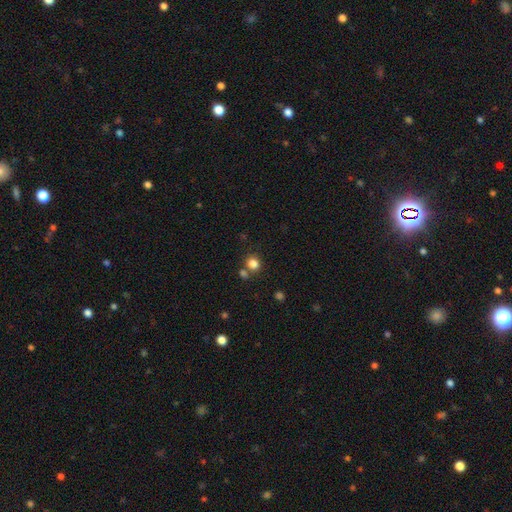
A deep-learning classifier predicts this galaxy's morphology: This is likely a smooth galaxy (66%). How rounded: clearly round (90%). Merging: likely none (75%).